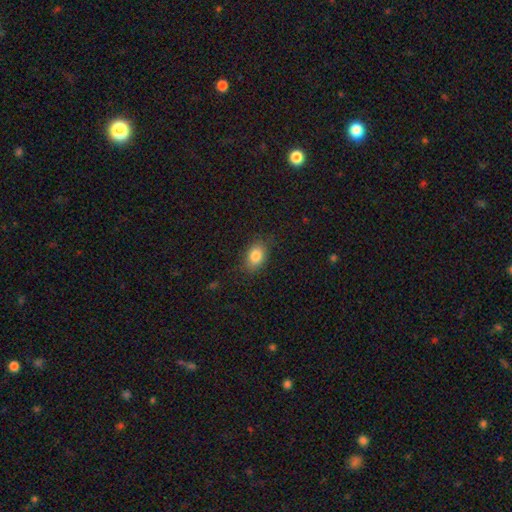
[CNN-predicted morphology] Smooth or featured? Predicted: smooth (p=0.83). How rounded? Predicted: in between (p=0.79). Merging? Predicted: none (p=0.82).